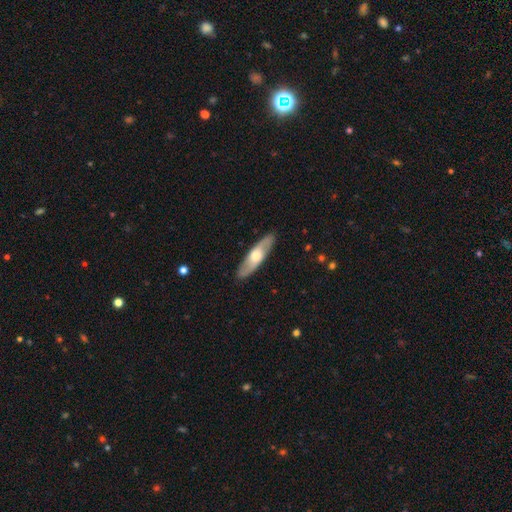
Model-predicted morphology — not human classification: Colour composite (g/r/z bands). It shows a smooth galaxy with no disk features (48%). Merging: none (89%).